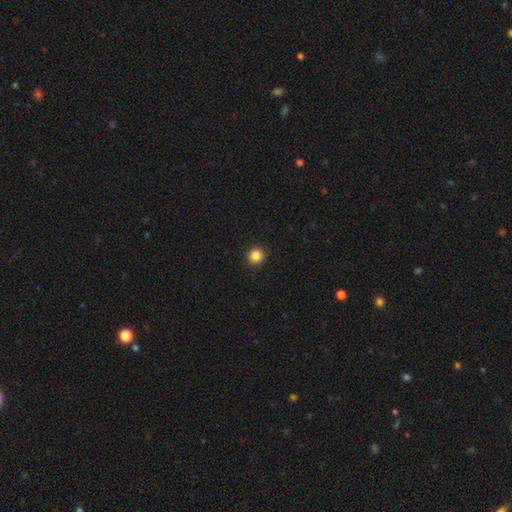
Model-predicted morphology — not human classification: This is clearly a smooth galaxy (85%). How rounded: clearly round (95%). Merging: clearly none (93%).